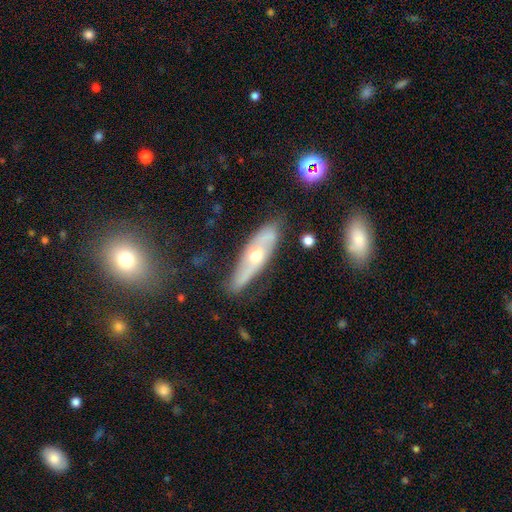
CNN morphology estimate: Smooth or featured: featured or disk — 61% (smooth — 32%)
Edge-on disk: no — 52% (yes — 48%)
Merging: none — 75% (minor disturbance — 18%)